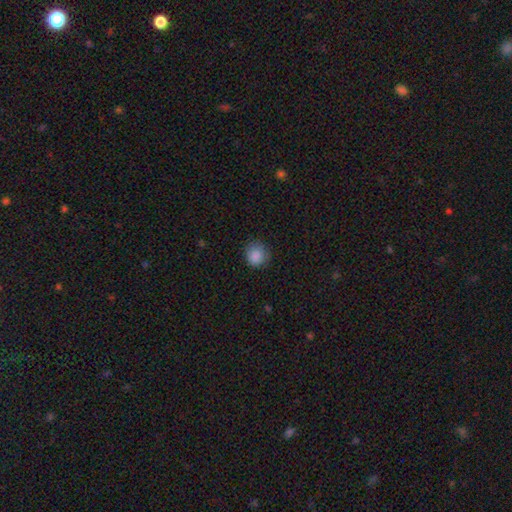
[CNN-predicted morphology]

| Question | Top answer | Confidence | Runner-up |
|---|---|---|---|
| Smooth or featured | smooth | 87% | star or artifact (9%) |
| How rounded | round | 86% | in between (13%) |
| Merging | none | 79% | minor disturbance (16%) |